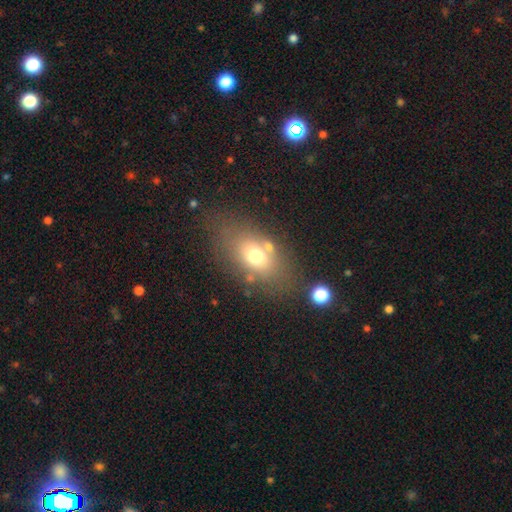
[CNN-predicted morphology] Q: Smooth or featured?
A: smooth (68%); runner-up: featured or disk (19%)
Q: How rounded?
A: in between (77%); runner-up: round (21%)
Q: Merging?
A: none (64%); runner-up: minor disturbance (15%)